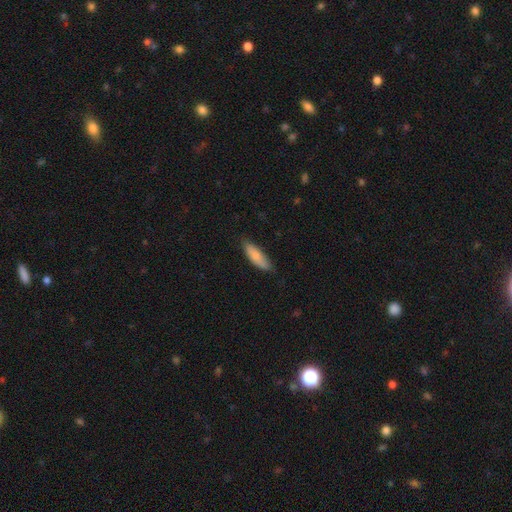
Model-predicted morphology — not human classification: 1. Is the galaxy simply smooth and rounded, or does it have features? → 81% smooth, 14% featured or disk, 6% star or artifact.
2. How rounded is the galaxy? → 51% in between, 47% cigar-shaped, 2% round.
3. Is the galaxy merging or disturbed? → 79% none, 18% minor disturbance, 2% major disturbance, 1% merger.